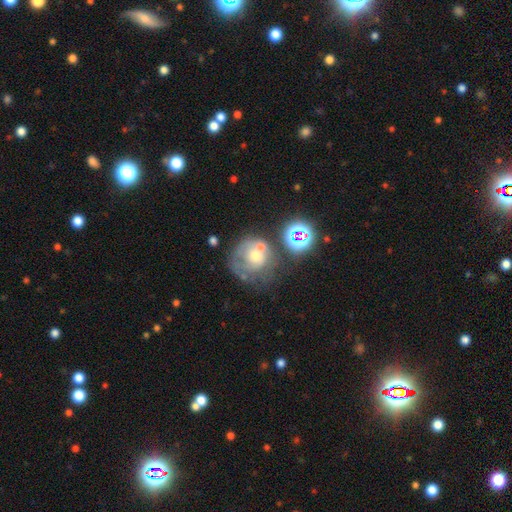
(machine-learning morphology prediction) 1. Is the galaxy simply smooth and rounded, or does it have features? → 43% featured or disk, 41% smooth, 17% star or artifact.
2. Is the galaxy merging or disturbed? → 40% none, 22% merger, 20% minor disturbance, 19% major disturbance.